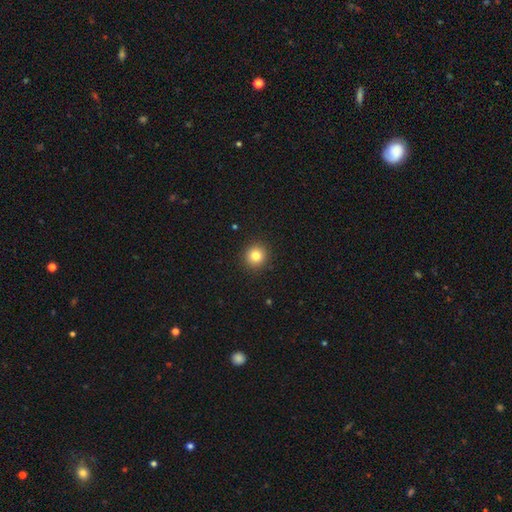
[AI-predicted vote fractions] Smooth or featured?
  - smooth: 81% *
  - star or artifact: 12%
  - featured or disk: 7%
How rounded?
  - round: 93% *
  - in between: 6%
  - cigar-shaped: 1%
Merging?
  - none: 92% *
  - minor disturbance: 5%
  - major disturbance: 2%
  - merger: 1%